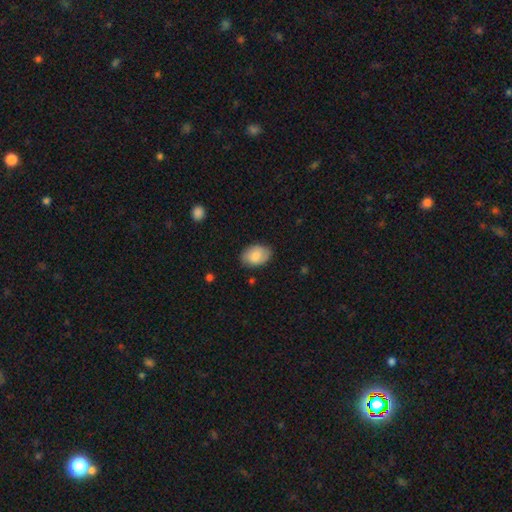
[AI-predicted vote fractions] Q: Smooth or featured?
A: smooth (82%); runner-up: featured or disk (12%)
Q: How rounded?
A: in between (85%); runner-up: round (14%)
Q: Merging?
A: none (81%); runner-up: minor disturbance (15%)